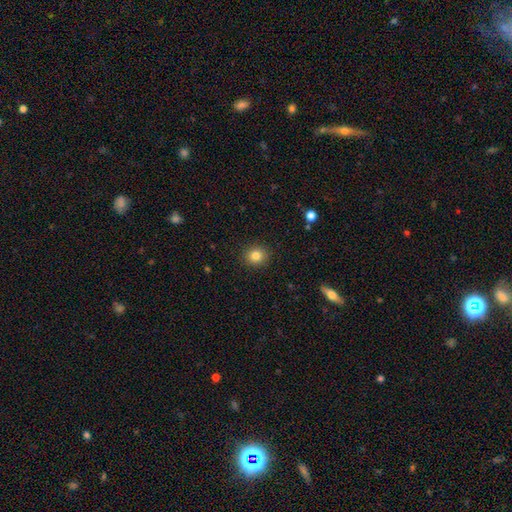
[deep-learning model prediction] Overall: smooth (82%). How rounded: round (82%). Merging: none (91%).